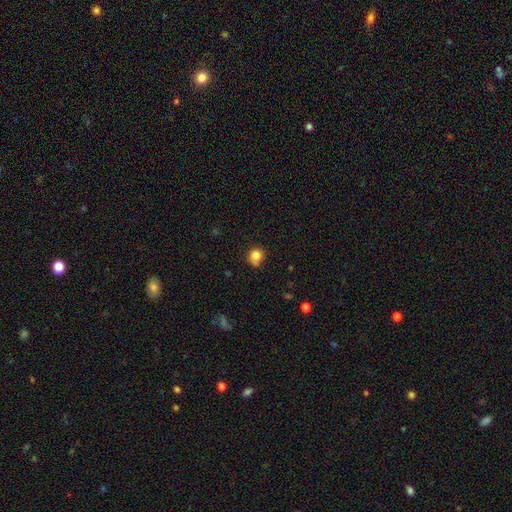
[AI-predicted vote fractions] smooth 83%, star or artifact 11%, featured or disk 6%. Down the decision tree: how rounded — round (85%); merging — none (70%).